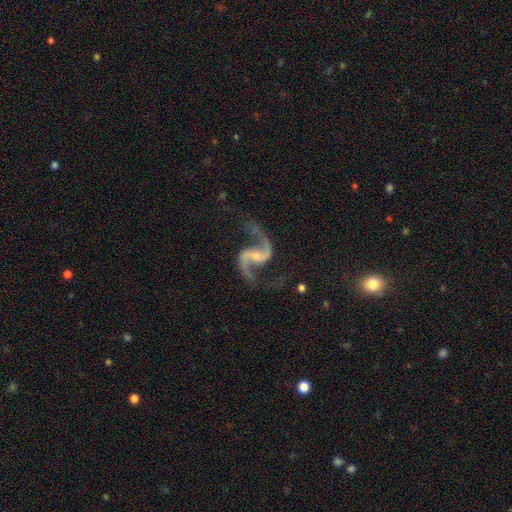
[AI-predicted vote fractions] This appears to be a featured or disk galaxy (93%) with a weak bar (42%), 2 (94%) loose (69%) spiral arms (98%) and a small central bulge (58%). Merging: none (73%).